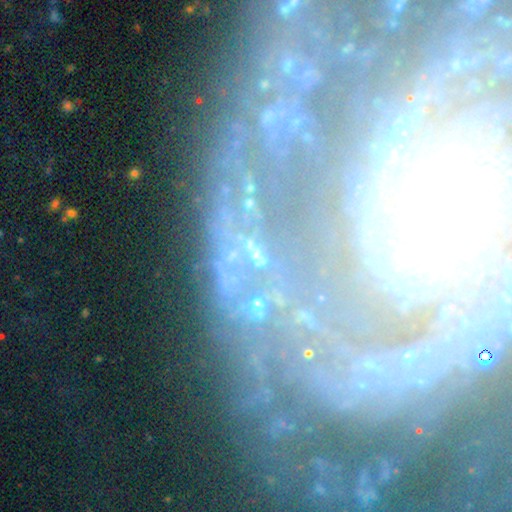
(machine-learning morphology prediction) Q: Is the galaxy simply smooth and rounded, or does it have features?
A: star or artifact — 38%.